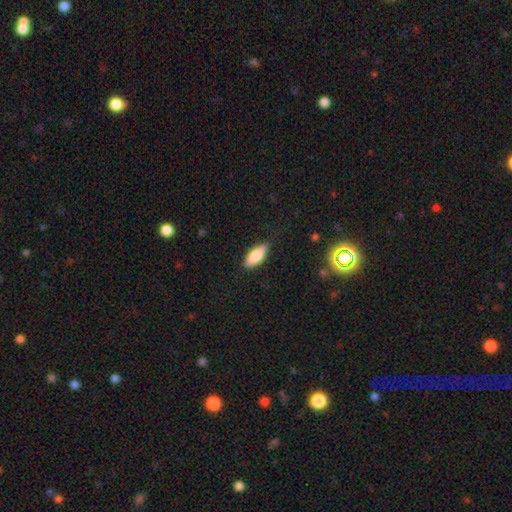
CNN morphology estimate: Smooth or featured? smooth (81%)
How rounded? in between (74%)
Merging? none (84%)